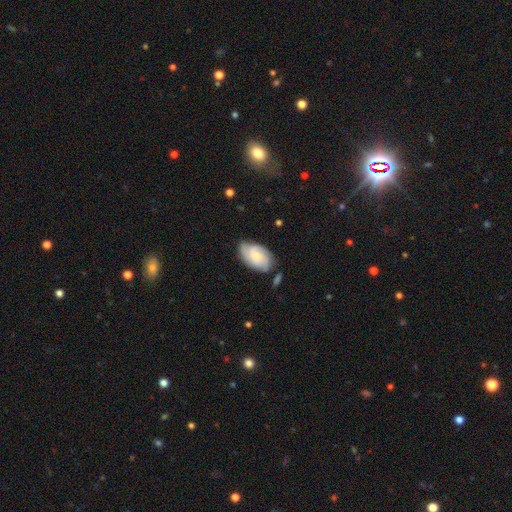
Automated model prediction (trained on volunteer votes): A featured or disk galaxy (58%) with no bar (65%), 3 (33%) tight (47%) spiral arms (91%) and a small central bulge (58%). Merging: none (65%).